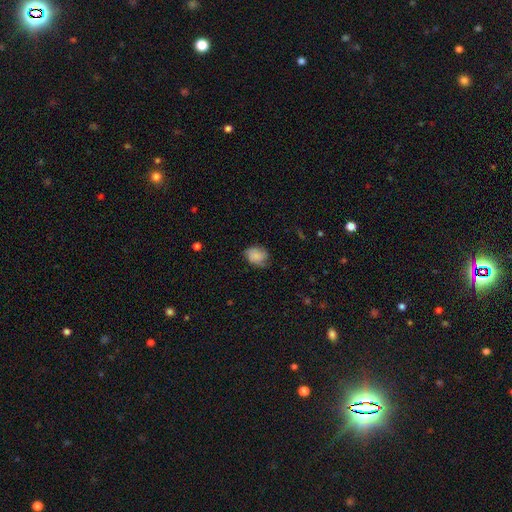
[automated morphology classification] smooth 74%, featured or disk 17%, star or artifact 9%. Down the decision tree: how rounded — in between (60%); merging — none (57%).